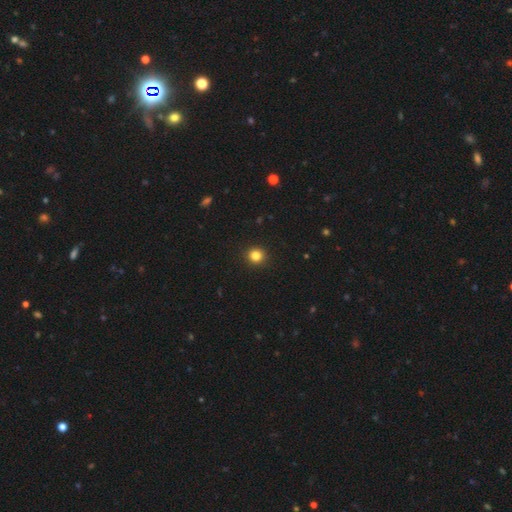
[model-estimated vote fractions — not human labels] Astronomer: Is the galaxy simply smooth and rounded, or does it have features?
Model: smooth — 83%.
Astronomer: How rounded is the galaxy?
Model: round — 92%.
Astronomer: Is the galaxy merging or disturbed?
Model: none — 93%.